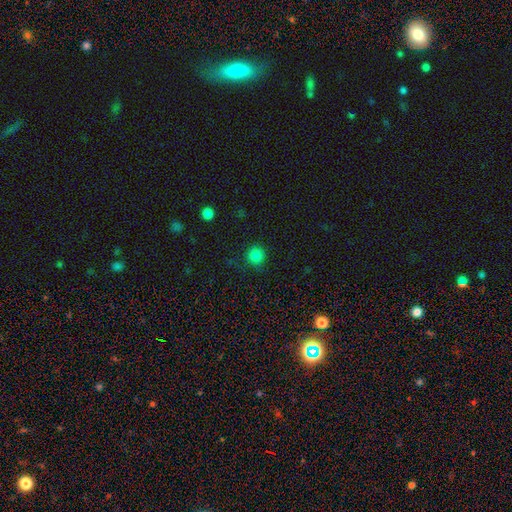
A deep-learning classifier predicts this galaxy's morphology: Q: Smooth or featured?
A: smooth (83%); runner-up: star or artifact (13%)
Q: How rounded?
A: round (94%); runner-up: in between (5%)
Q: Merging?
A: none (87%); runner-up: minor disturbance (9%)